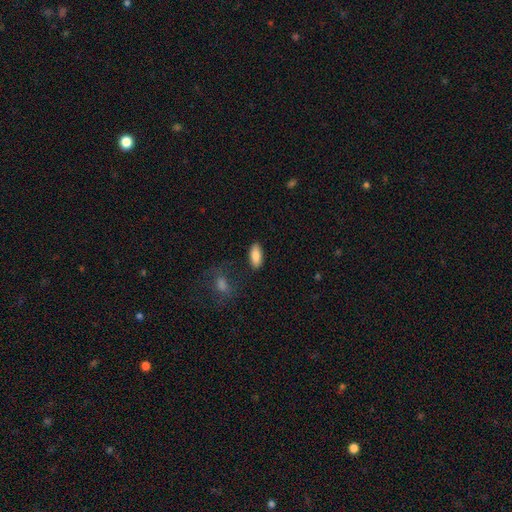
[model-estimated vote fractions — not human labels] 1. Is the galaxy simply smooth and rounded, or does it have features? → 86% smooth, 7% featured or disk, 7% star or artifact.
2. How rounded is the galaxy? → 87% in between, 11% cigar-shaped, 2% round.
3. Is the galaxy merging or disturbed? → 85% none, 10% minor disturbance, 3% major disturbance, 2% merger.